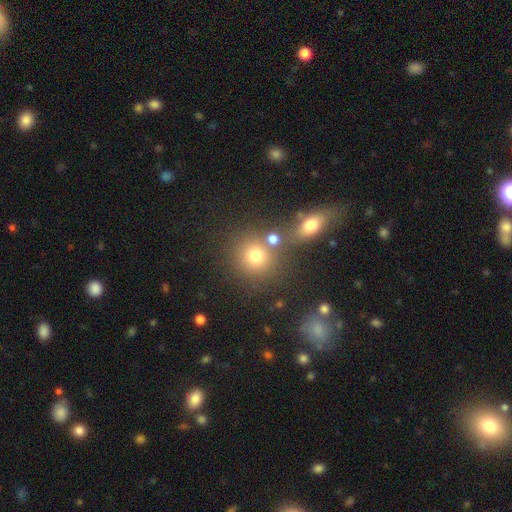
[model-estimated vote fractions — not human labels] Smooth or featured? Predicted: smooth (p=0.75). How rounded? Predicted: round (p=0.85). Merging? Predicted: none (p=0.61).